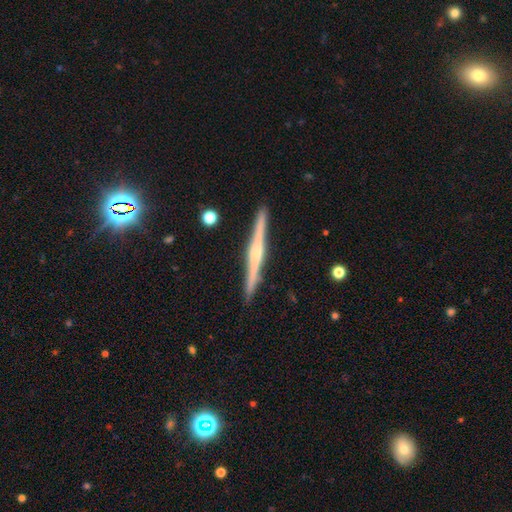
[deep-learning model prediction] This appears to be a featured or disk galaxy (78%) viewed edge-on (99%) with a rounded central bulge (70%). Merging: none (92%).